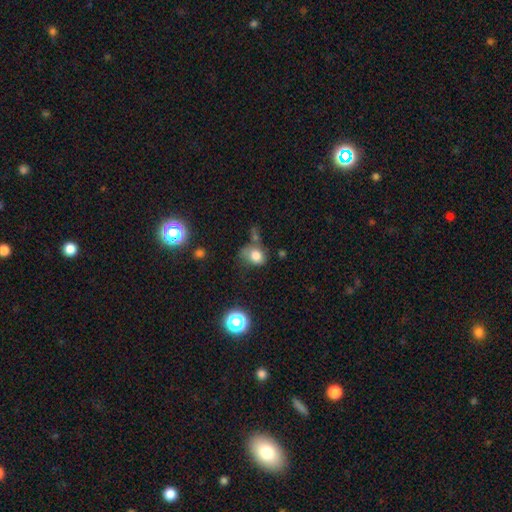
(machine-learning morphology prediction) A smooth galaxy with no disk features (77%) that is in between round and cigar-shaped (50%). Merging: none (39%).